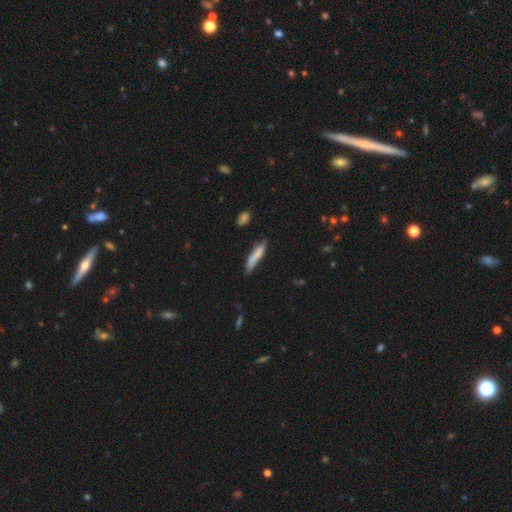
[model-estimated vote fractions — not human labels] A smooth galaxy with no disk features (78%) that is cigar-shaped (82%). Merging: none (59%).